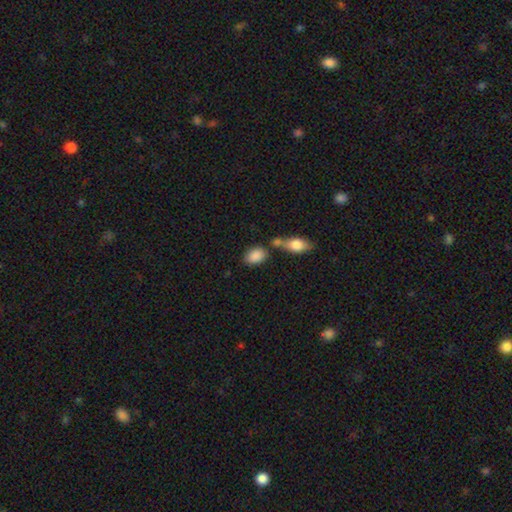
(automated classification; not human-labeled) A smooth galaxy with no disk features (87%) that is in between round and cigar-shaped (85%).

Vote fractions:
- Smooth or featured? smooth: 87% / star or artifact: 7% / featured or disk: 6%
- How rounded? in between: 85% / round: 13% / cigar-shaped: 2%
- Merging? none: 58% / merger: 26% / minor disturbance: 13% / major disturbance: 4%